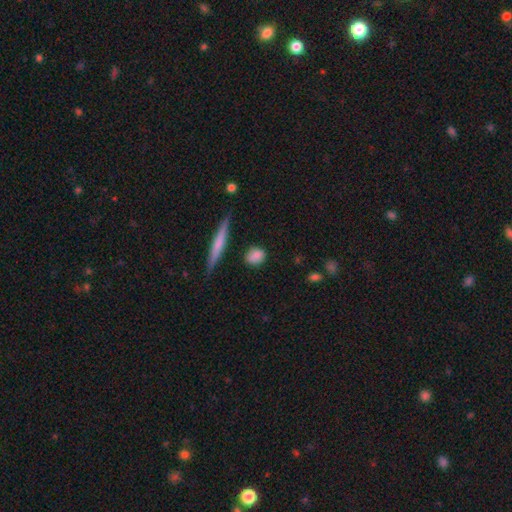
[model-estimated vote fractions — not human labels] Smooth or featured? Predicted: smooth (p=0.82). How rounded? Predicted: round (p=0.60). Merging? Predicted: none (p=0.80).